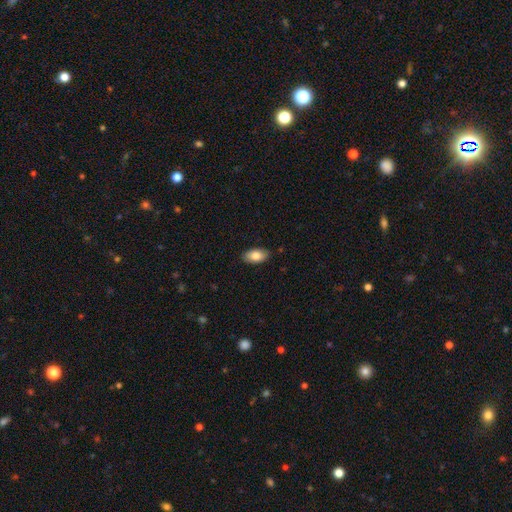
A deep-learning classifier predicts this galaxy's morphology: This appears to be a smooth galaxy with no disk features (84%) that is in between round and cigar-shaped (94%). Merging: none (87%).